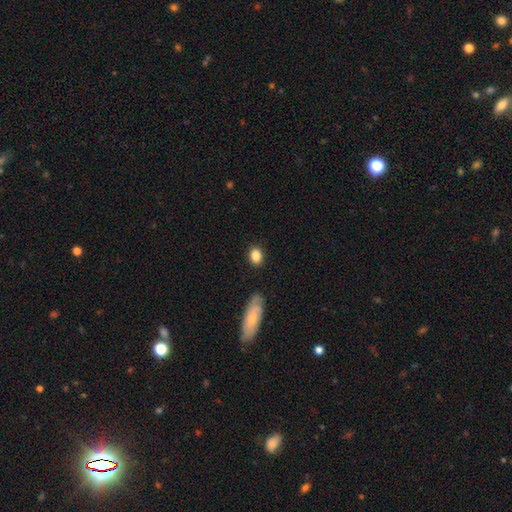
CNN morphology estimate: smooth_or_featured: smooth (p=0.87) [alt: star or artifact p=0.08]
how_rounded: in between (p=0.64) [alt: round p=0.33]
merging: none (p=0.85) [alt: minor disturbance p=0.10]